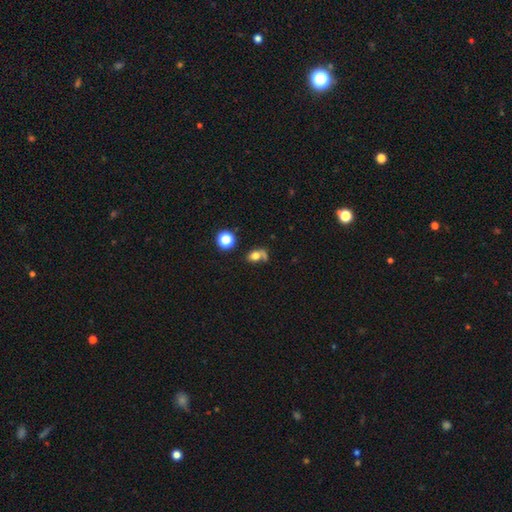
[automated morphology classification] smooth_or_featured: smooth (p=0.68) [alt: featured or disk p=0.17]
how_rounded: in between (p=0.58) [alt: round p=0.40]
merging: none (p=0.38) [alt: merger p=0.25]